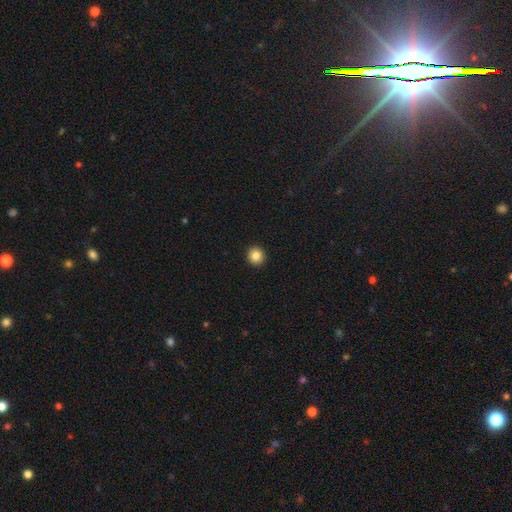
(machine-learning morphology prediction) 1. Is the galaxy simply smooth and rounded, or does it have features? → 85% smooth, 10% star or artifact, 5% featured or disk.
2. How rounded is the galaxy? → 93% round, 6% in between, 1% cigar-shaped.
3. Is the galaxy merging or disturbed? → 94% none, 4% minor disturbance, 1% major disturbance, 1% merger.